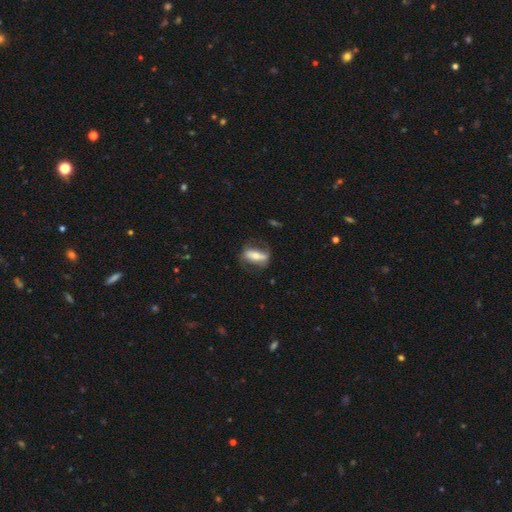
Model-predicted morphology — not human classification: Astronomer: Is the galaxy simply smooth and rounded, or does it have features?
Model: featured or disk — 55% (runner-up: smooth, 39%).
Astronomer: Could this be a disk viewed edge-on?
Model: no — 72%.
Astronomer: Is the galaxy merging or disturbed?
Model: none — 63%.